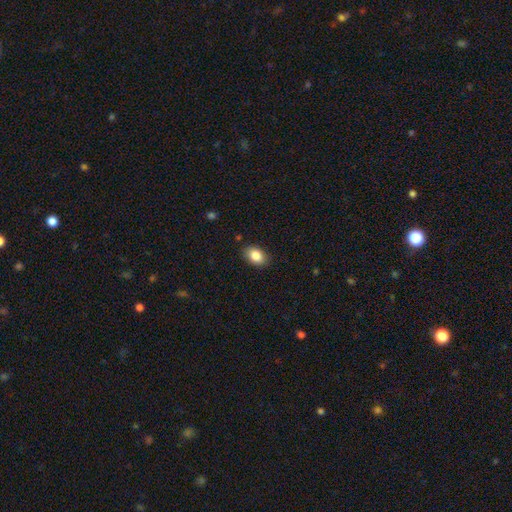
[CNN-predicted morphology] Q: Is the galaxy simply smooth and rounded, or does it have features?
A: smooth — 85%.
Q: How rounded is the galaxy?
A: in between — 85%.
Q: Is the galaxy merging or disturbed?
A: none — 86%.